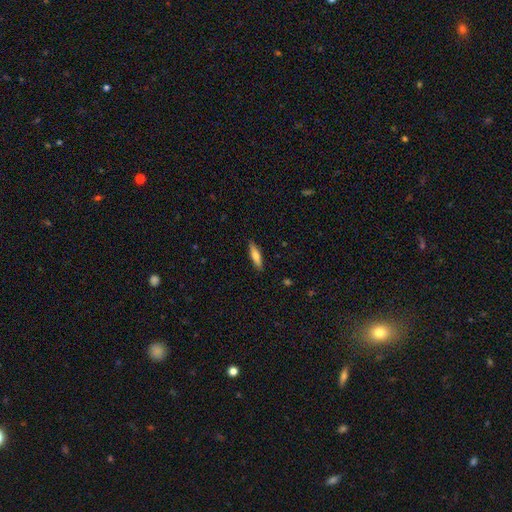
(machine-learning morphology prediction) This is likely a smooth galaxy (65%). How rounded: likely cigar-shaped (75%). Merging: clearly none (89%).